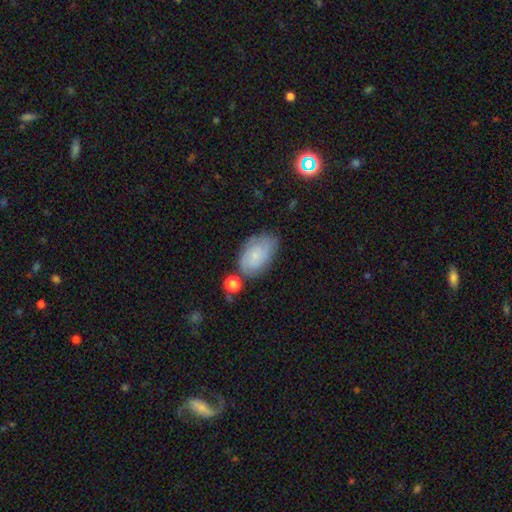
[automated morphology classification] A smooth galaxy with no disk features (50%).

Vote fractions:
- Smooth or featured? smooth: 50% / featured or disk: 41% / star or artifact: 9%
- Merging? none: 62% / minor disturbance: 24% / merger: 7% / major disturbance: 7%